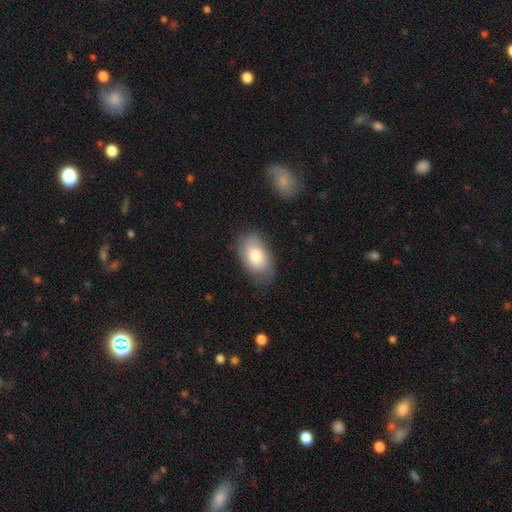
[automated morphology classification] This is likely a smooth galaxy (72%). How rounded: clearly in between (92%). Merging: likely none (74%).